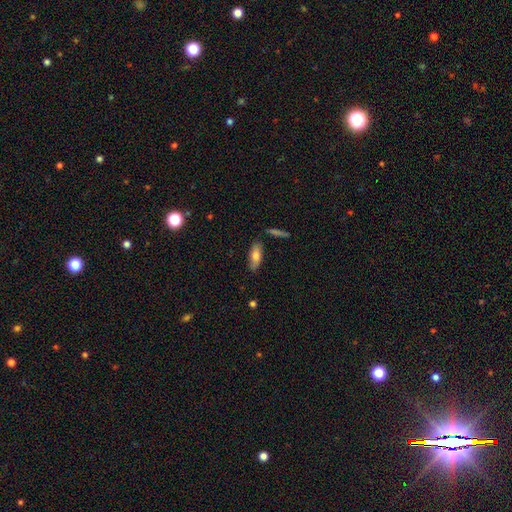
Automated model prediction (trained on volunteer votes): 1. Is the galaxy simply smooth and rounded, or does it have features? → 73% smooth, 20% featured or disk, 7% star or artifact.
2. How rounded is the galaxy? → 70% in between, 28% cigar-shaped, 2% round.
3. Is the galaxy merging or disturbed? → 82% none, 12% minor disturbance, 3% merger, 2% major disturbance.